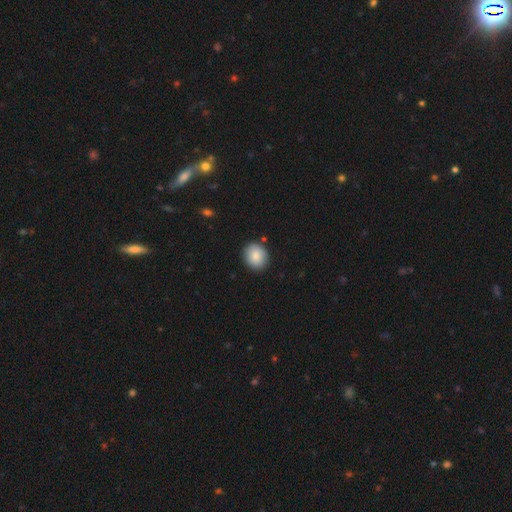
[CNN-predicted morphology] A smooth galaxy with no disk features (87%) that is round (71%).

Vote fractions:
- Smooth or featured? smooth: 87% / star or artifact: 7% / featured or disk: 6%
- How rounded? round: 71% / in between: 28% / cigar-shaped: 1%
- Merging? none: 87% / minor disturbance: 9% / major disturbance: 2% / merger: 2%